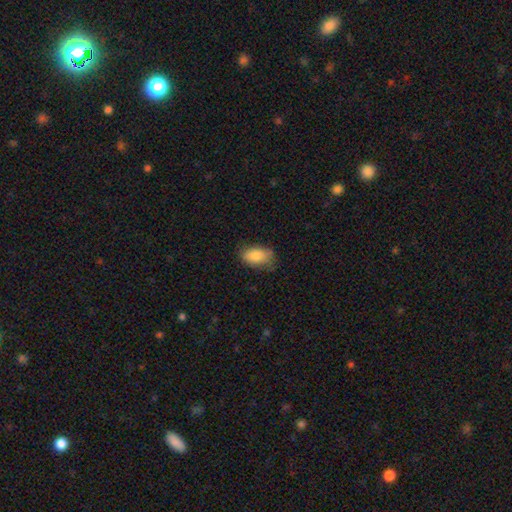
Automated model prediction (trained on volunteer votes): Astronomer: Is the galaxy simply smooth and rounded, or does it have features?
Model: smooth — 85%.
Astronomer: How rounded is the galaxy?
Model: in between — 91%.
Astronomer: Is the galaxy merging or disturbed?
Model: none — 67%.